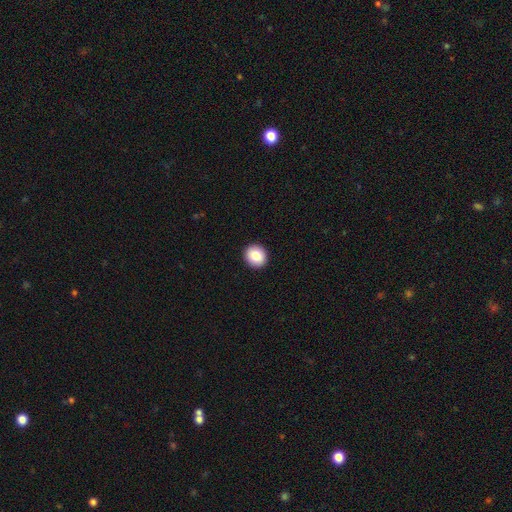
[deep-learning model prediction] This appears to be a smooth galaxy with no disk features (84%) that is round (85%). Merging: none (93%).